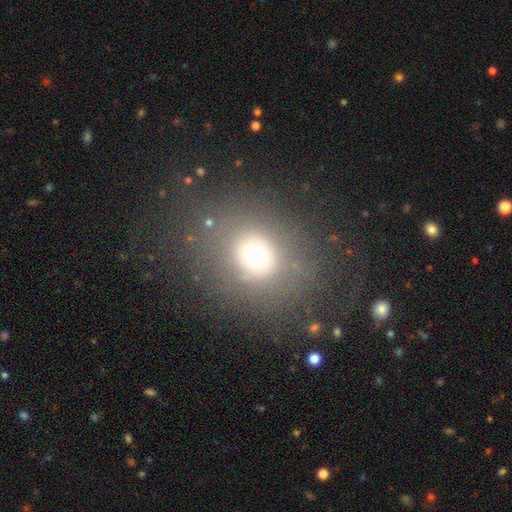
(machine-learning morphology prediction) The model was most divided on "smooth or featured": smooth: 65%, star or artifact: 19%, featured or disk: 16%. More confident: how rounded — round (75%); merging — none (73%).